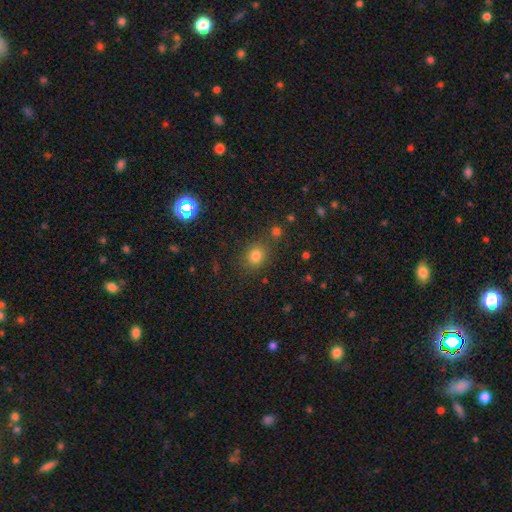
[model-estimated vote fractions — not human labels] Q: Smooth or featured?
A: smooth (77%); runner-up: star or artifact (16%)
Q: How rounded?
A: round (66%); runner-up: in between (33%)
Q: Merging?
A: none (76%); runner-up: minor disturbance (12%)